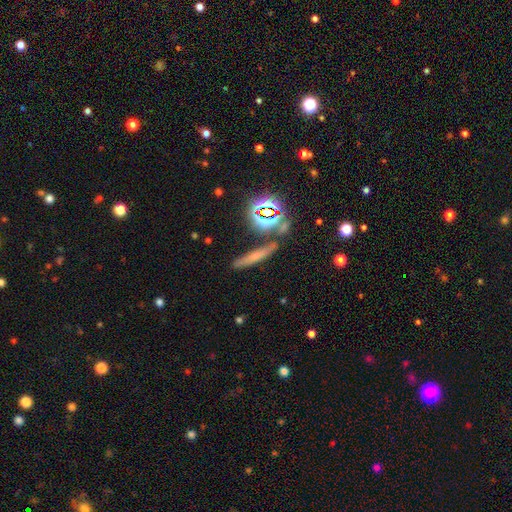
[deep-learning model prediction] Overall: smooth (50%; featured or disk 25%). Merging: none (78%).